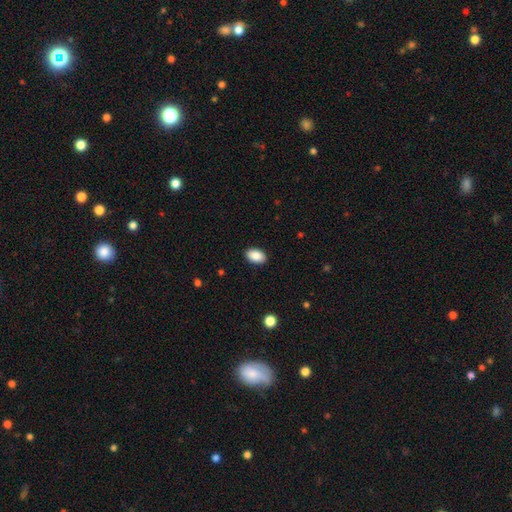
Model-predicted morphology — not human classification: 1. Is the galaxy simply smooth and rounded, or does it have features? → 89% smooth, 7% star or artifact, 4% featured or disk.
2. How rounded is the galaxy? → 92% in between, 6% round, 1% cigar-shaped.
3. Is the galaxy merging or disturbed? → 90% none, 7% minor disturbance, 2% major disturbance, 1% merger.